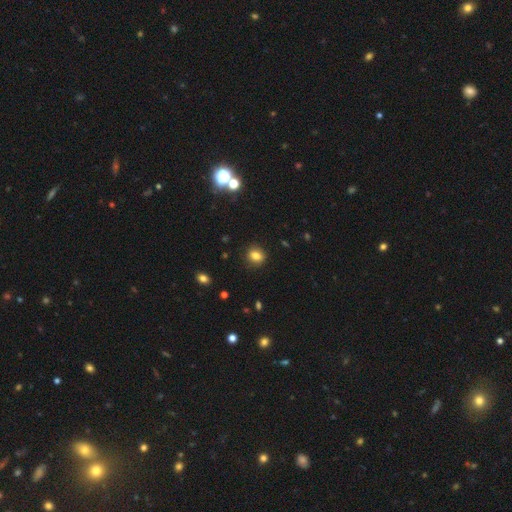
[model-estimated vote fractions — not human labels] Smooth or featured? smooth (81%)
How rounded? round (62%)
Merging? none (87%)